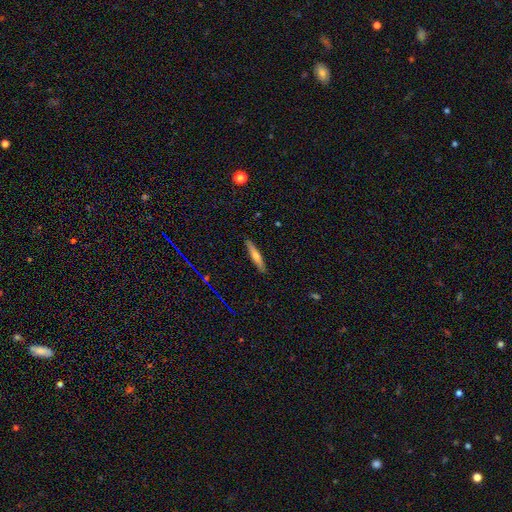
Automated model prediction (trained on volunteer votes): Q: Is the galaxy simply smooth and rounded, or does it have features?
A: smooth — 46%.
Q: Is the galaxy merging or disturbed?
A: none — 89%.